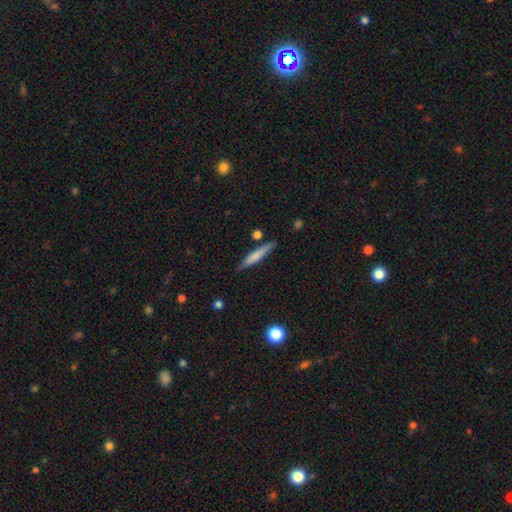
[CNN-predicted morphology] A smooth galaxy with no disk features (66%) that is cigar-shaped (92%). Merging: none (83%).